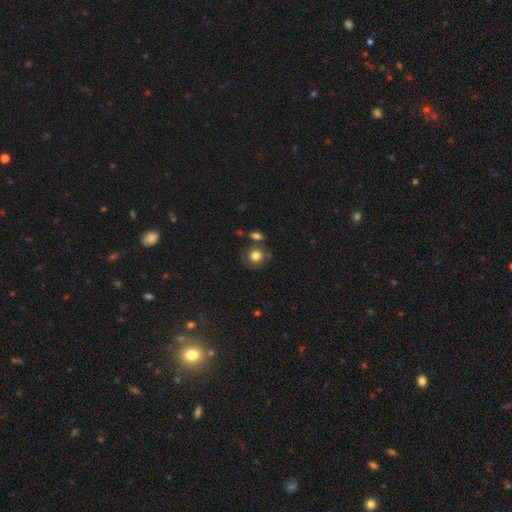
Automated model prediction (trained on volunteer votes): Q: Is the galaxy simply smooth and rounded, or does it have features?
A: smooth — 79%.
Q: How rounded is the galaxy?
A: round — 82%.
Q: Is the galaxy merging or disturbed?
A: none — 67%.